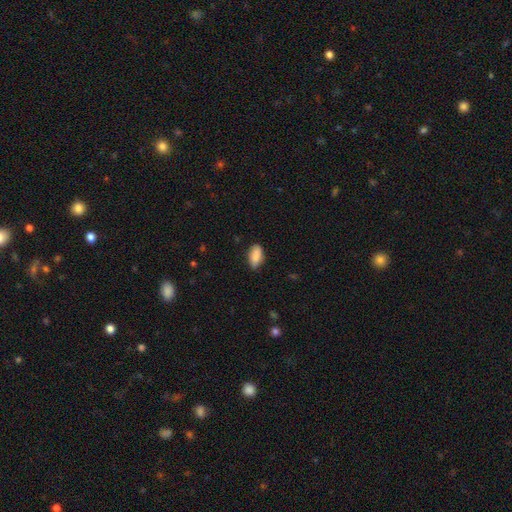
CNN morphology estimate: Q: Smooth or featured?
A: smooth (85%); runner-up: featured or disk (8%)
Q: How rounded?
A: in between (92%); runner-up: cigar-shaped (5%)
Q: Merging?
A: none (79%); runner-up: minor disturbance (17%)